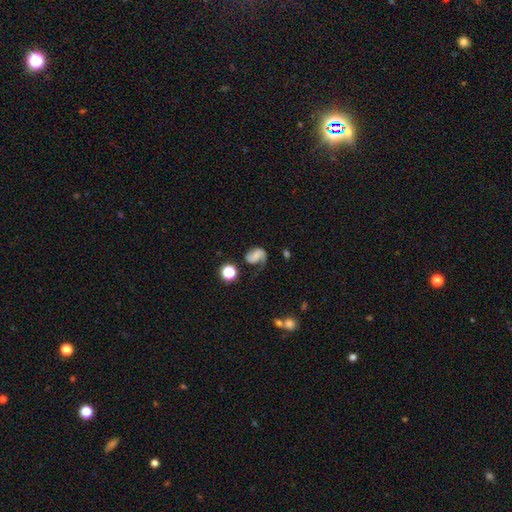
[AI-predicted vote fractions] This appears to be a featured or disk galaxy (58%) with no bar (48%), 2 (53%) loose (45%) spiral arms (91%) and no central bulge (58%). Merging: none (43%).